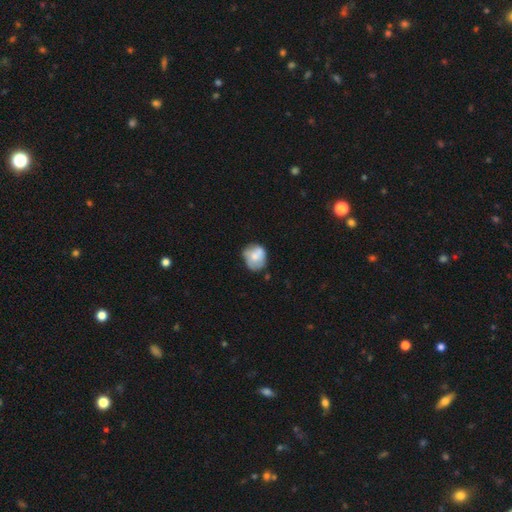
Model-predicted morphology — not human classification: Overall: smooth (63%; featured or disk 30%). How rounded: round (68%; in between 31%). Merging: none (50%; minor disturbance 29%).